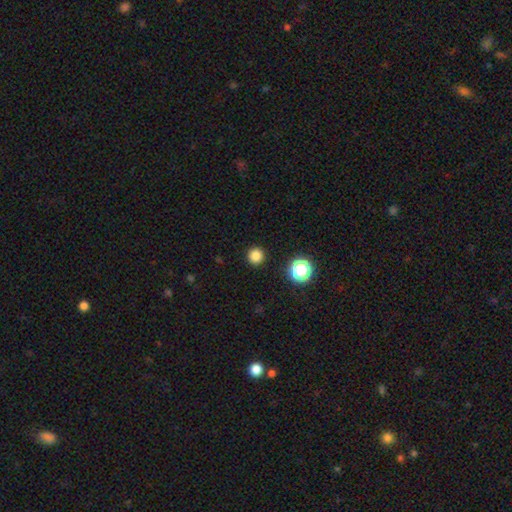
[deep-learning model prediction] smooth 83%, star or artifact 14%, featured or disk 3%. Down the decision tree: how rounded — round (95%); merging — none (92%).